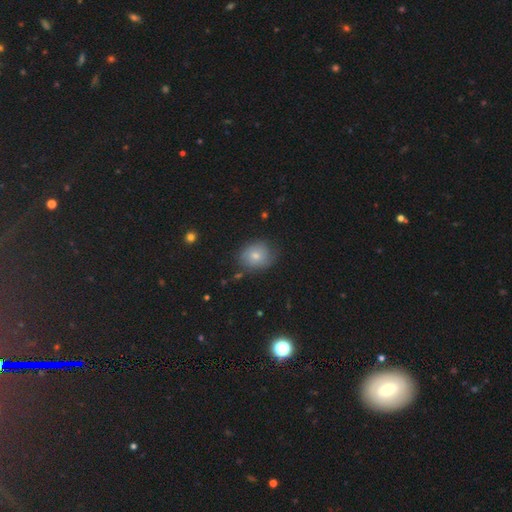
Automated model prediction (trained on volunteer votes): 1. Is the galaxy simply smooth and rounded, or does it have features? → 66% smooth, 24% featured or disk, 10% star or artifact.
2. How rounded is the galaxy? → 63% round, 36% in between, 1% cigar-shaped.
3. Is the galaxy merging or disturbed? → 69% none, 23% minor disturbance, 6% major disturbance, 2% merger.